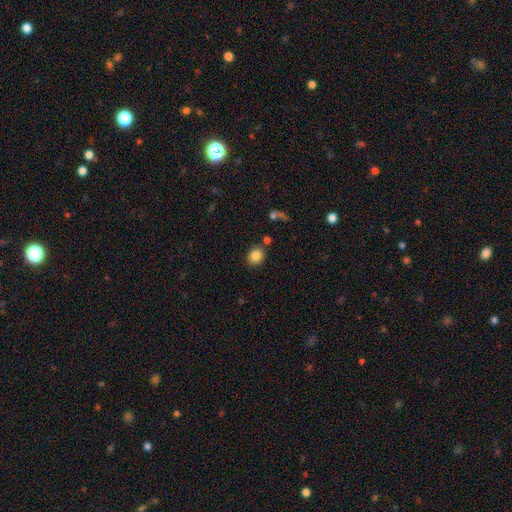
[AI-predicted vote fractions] Overall: smooth (84%). How rounded: round (72%). Merging: none (83%).